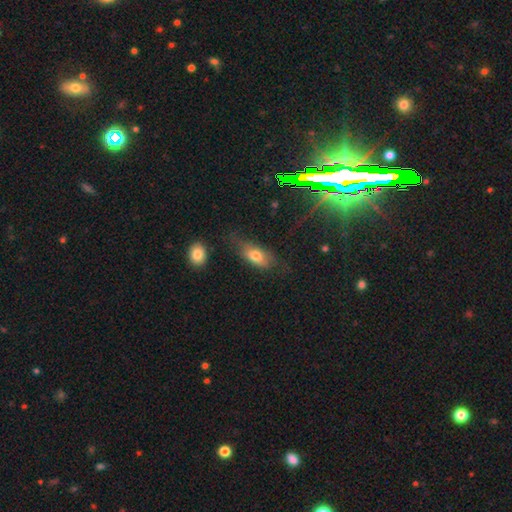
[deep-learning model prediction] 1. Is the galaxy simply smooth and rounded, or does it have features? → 71% smooth, 21% featured or disk, 9% star or artifact.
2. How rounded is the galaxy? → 82% in between, 12% cigar-shaped, 5% round.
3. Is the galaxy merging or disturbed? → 52% none, 28% minor disturbance, 17% major disturbance, 3% merger.